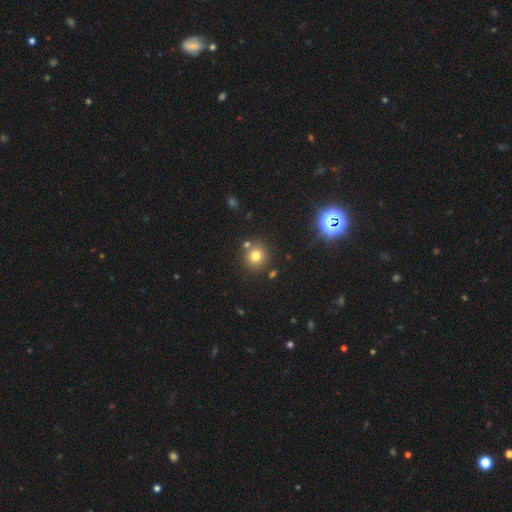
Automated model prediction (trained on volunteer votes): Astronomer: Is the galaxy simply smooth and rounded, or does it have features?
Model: smooth — 76%.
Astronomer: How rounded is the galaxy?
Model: round — 91%.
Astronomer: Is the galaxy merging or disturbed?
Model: none — 77%.